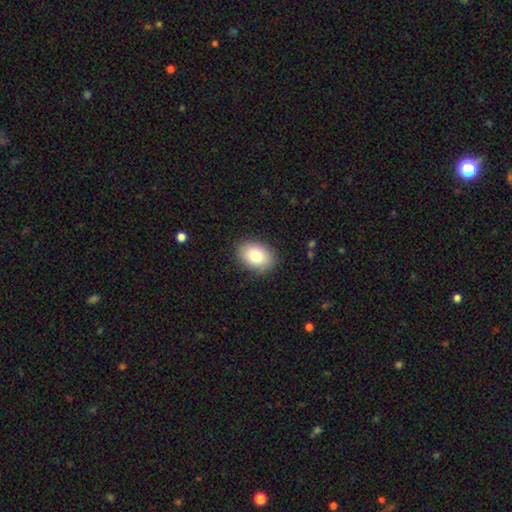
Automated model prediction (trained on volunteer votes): This appears to be a smooth galaxy with no disk features (81%) that is in between round and cigar-shaped (72%). Merging: none (87%).